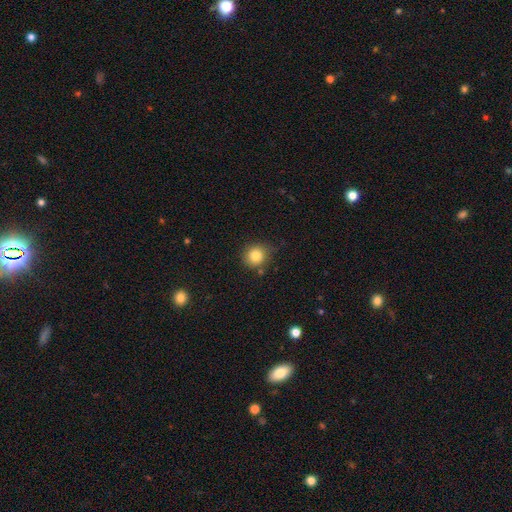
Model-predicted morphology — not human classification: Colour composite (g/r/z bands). It shows a smooth galaxy with no disk features (82%) that is round (88%). Merging: none (79%).